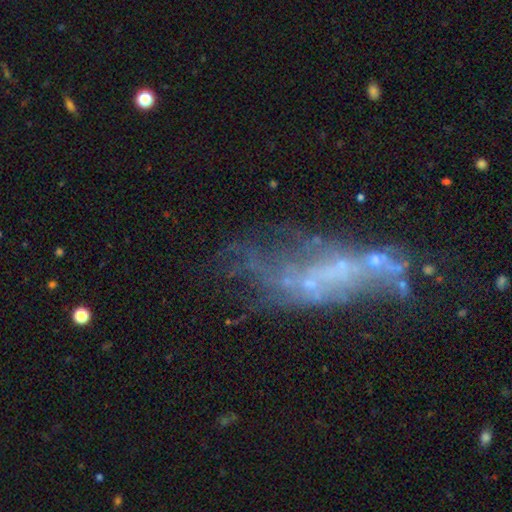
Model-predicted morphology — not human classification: Smooth or featured: featured or disk — 58% (smooth — 22%)
Edge-on disk: no — 90% (yes — 10%)
Bar: no — 85% (weak — 10%)
Spiral arms: no — 88% (yes — 12%)
Bulge size: none — 69% (small — 22%)
Merging: none — 34% (major disturbance — 32%)